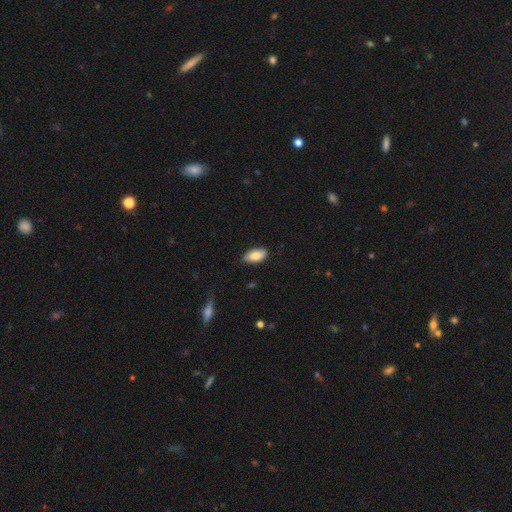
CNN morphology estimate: Smooth or featured: smooth — 84% (featured or disk — 9%)
How rounded: in between — 93% (cigar-shaped — 5%)
Merging: none — 80% (minor disturbance — 16%)